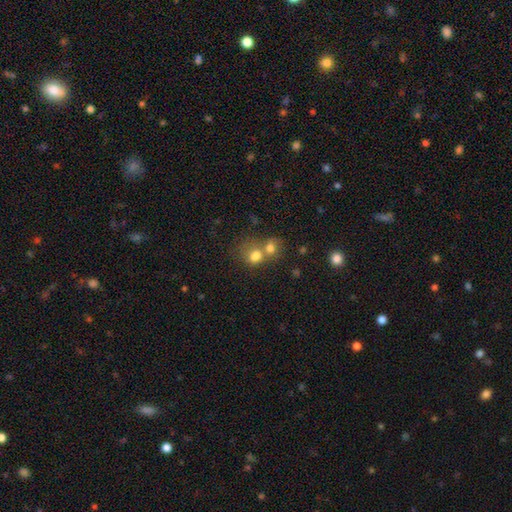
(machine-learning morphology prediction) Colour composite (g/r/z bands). It shows a smooth galaxy with no disk features (74%) that is round (62%). Merging: merger (61%).